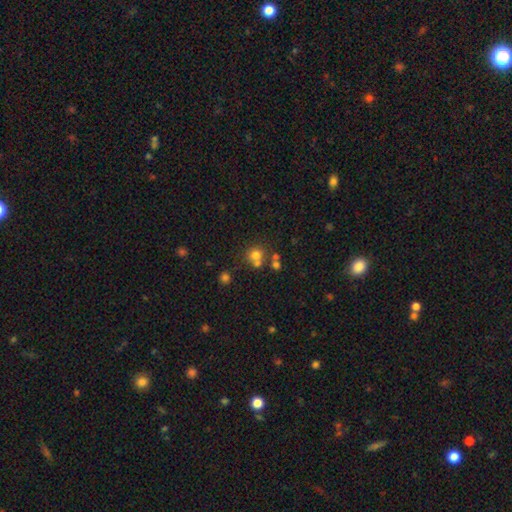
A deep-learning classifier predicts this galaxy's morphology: Smooth or featured?
  - smooth: 70% *
  - star or artifact: 18%
  - featured or disk: 12%
How rounded?
  - round: 84% *
  - in between: 15%
  - cigar-shaped: 1%
Merging?
  - none: 53% *
  - merger: 33%
  - minor disturbance: 9%
  - major disturbance: 4%